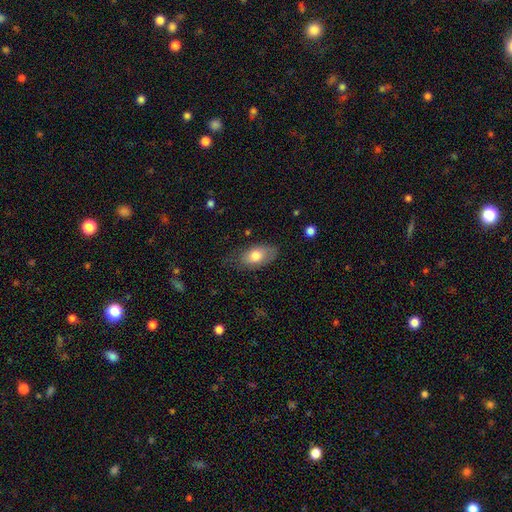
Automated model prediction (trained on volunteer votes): Q: Smooth or featured?
A: smooth (74%); runner-up: featured or disk (20%)
Q: How rounded?
A: in between (91%); runner-up: round (6%)
Q: Merging?
A: none (65%); runner-up: minor disturbance (26%)